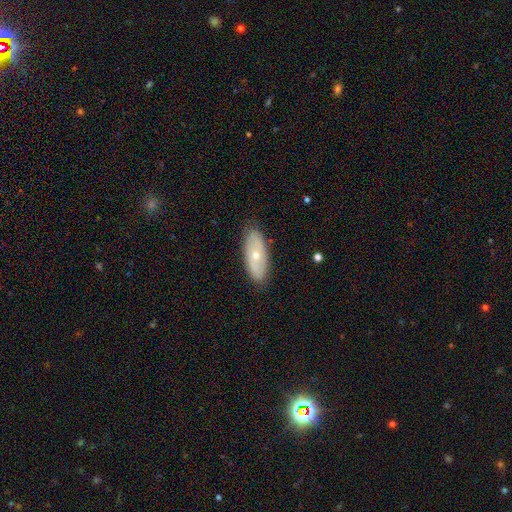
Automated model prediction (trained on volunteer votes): The model was most divided on "smooth or featured" (2-way tie): smooth: 47%, featured or disk: 47%, star or artifact: 6%. More confident: merging — none (85%).